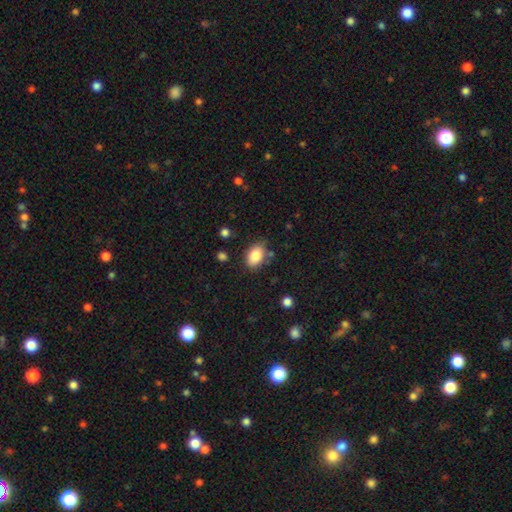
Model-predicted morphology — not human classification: type=smooth (85%); roundness=in between (84%); merging=none (76%).